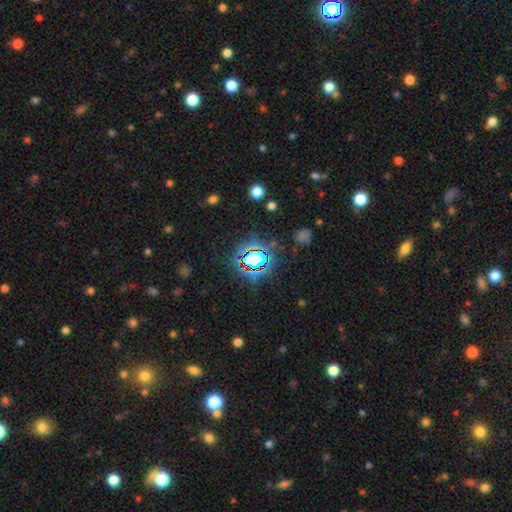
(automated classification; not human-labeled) Overall: star or artifact (72%).